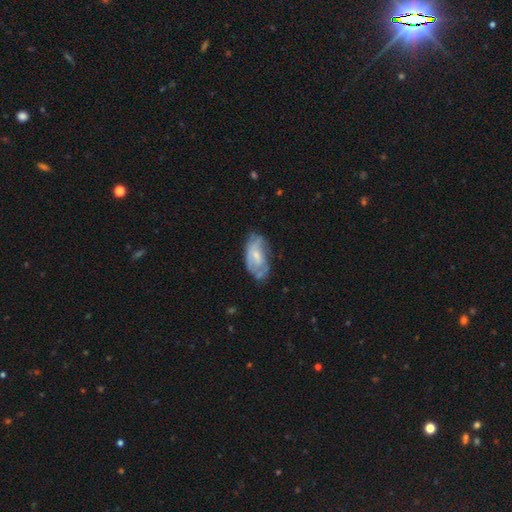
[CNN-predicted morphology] type=featured or disk (56%); edge-on=no (93%); bar=no (61%); spiral arms=yes (54%); bulge=small (50%); merging=none (49%).